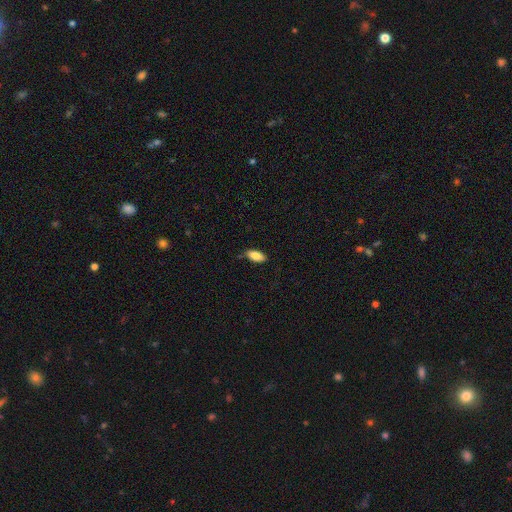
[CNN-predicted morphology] Q: Smooth or featured?
A: smooth (86%); runner-up: featured or disk (7%)
Q: How rounded?
A: in between (89%); runner-up: cigar-shaped (9%)
Q: Merging?
A: none (81%); runner-up: minor disturbance (15%)